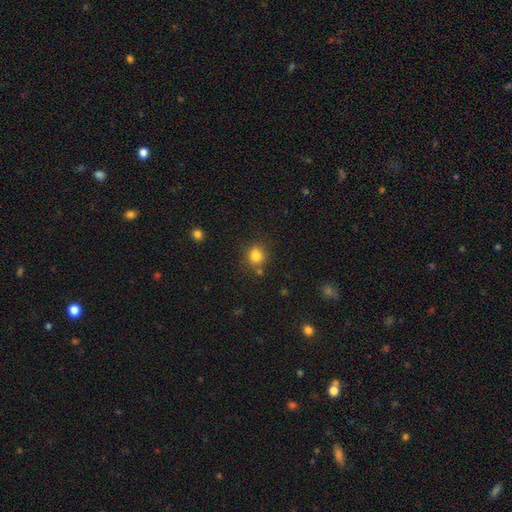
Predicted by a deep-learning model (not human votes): Morphology: type=smooth (82%); roundness=round (81%); merging=none (77%).